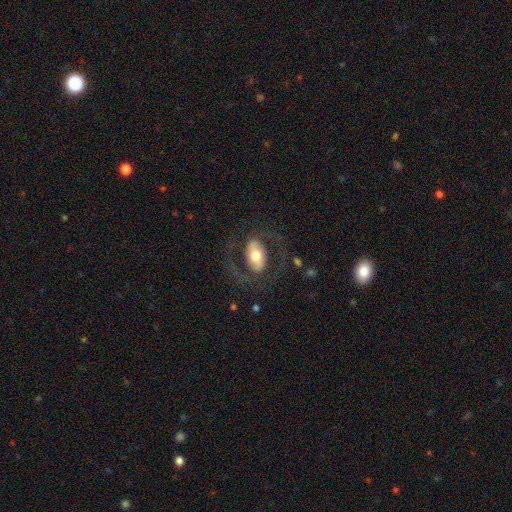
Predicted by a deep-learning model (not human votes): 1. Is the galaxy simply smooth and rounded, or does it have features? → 69% featured or disk, 25% smooth, 6% star or artifact.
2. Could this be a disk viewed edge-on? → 95% no, 5% yes.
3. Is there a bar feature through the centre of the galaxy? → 38% strong, 32% weak, 30% no.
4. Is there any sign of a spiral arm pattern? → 77% yes, 23% no.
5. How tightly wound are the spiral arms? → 53% medium, 29% loose, 18% tight.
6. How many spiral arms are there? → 88% 2, 5% can't tell, 4% 1, 1% 3, 1% 4, 1% more than 4.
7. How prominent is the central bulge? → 62% moderate, 23% large, 10% small, 3% dominant, 1% none.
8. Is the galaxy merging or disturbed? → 69% none, 16% major disturbance, 13% minor disturbance, 1% merger.